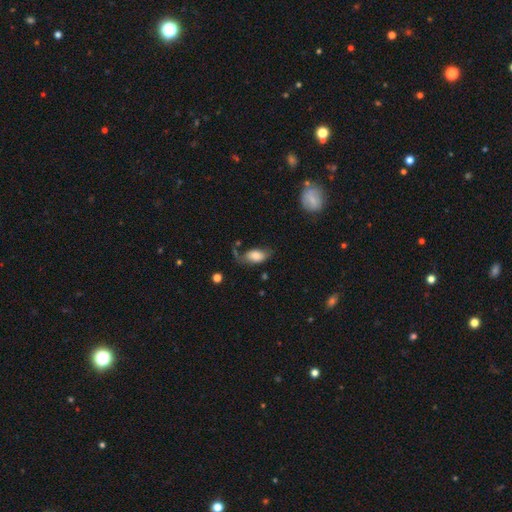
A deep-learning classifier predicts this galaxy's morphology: Smooth or featured? Predicted: smooth (p=0.73). How rounded? Predicted: in between (p=0.92). Merging? Predicted: none (p=0.46).